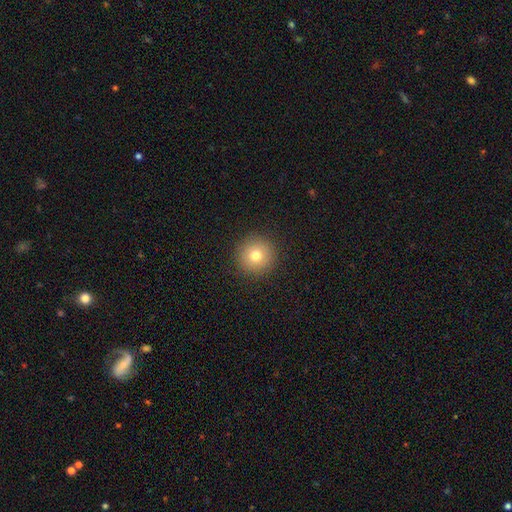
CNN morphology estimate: smooth_or_featured: smooth (p=0.75) [alt: star or artifact p=0.13]
how_rounded: round (p=0.96) [alt: in between p=0.03]
merging: none (p=0.92) [alt: minor disturbance p=0.05]